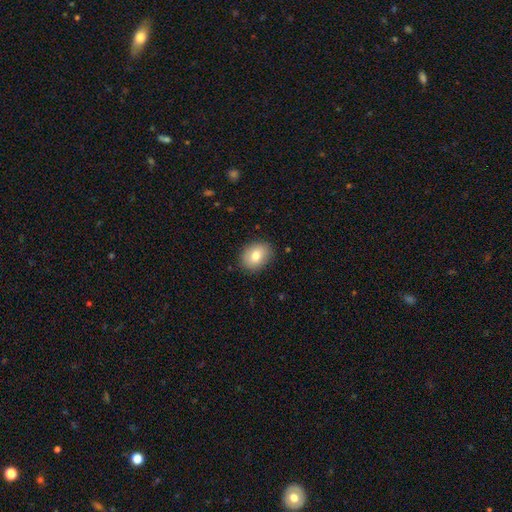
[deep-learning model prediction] Morphology: type=smooth (79%); roundness=in between (56%); merging=none (86%).